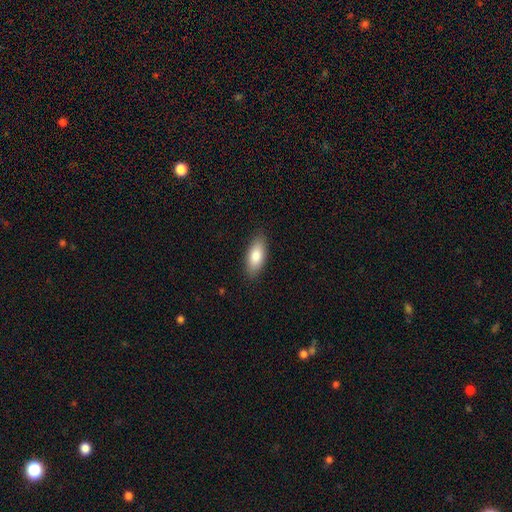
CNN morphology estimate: smooth-or-featured: smooth: 83% | featured or disk: 11% | star or artifact: 6%
  how-rounded: in between: 84% | cigar-shaped: 14% | round: 2%
  merging: none: 87% | minor disturbance: 10% | major disturbance: 2% | merger: 1%